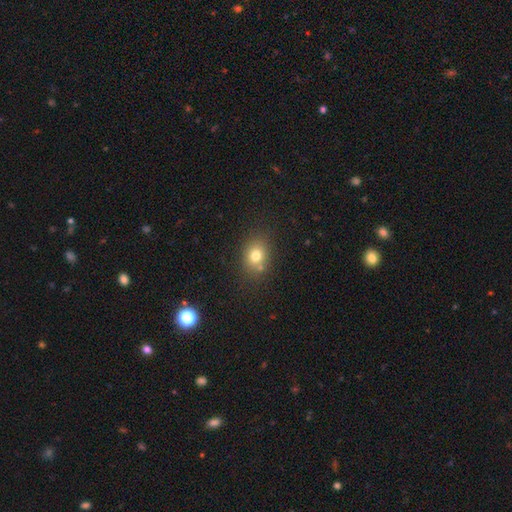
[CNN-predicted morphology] Smooth or featured?
  - smooth: 76% *
  - star or artifact: 13%
  - featured or disk: 11%
How rounded?
  - round: 54% *
  - in between: 45%
  - cigar-shaped: 1%
Merging?
  - none: 73% *
  - minor disturbance: 13%
  - merger: 10%
  - major disturbance: 4%